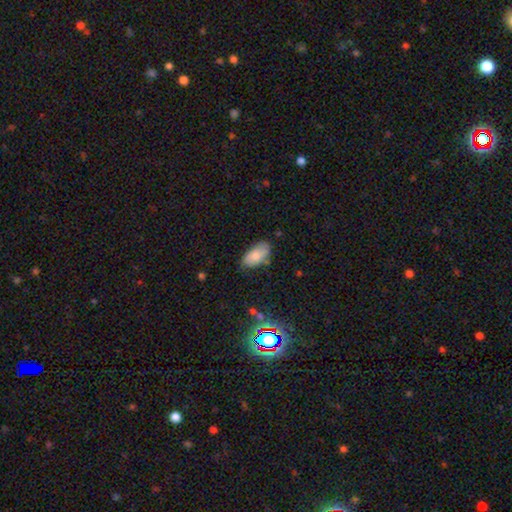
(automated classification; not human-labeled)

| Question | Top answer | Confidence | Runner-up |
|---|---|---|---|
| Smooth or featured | smooth | 78% | featured or disk (14%) |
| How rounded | in between | 94% | round (3%) |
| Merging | none | 67% | minor disturbance (25%) |